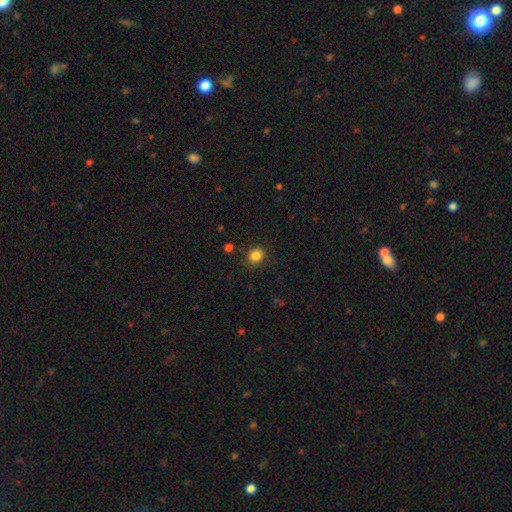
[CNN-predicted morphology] Smooth or featured: smooth — 85% (star or artifact — 12%)
How rounded: round — 89% (in between — 10%)
Merging: none — 89% (minor disturbance — 7%)